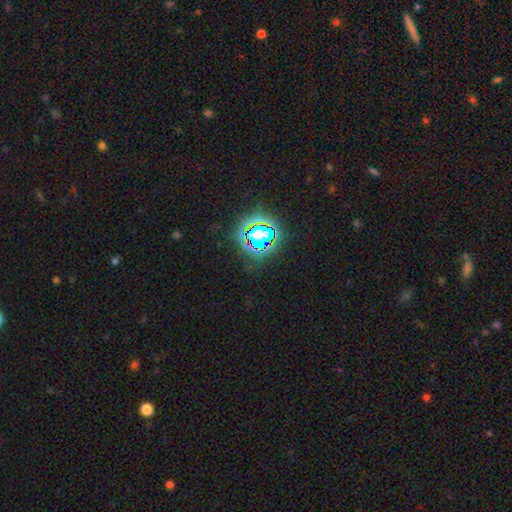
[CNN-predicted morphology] The model was most divided on "smooth or featured": star or artifact: 80%, smooth: 13%, featured or disk: 7%.